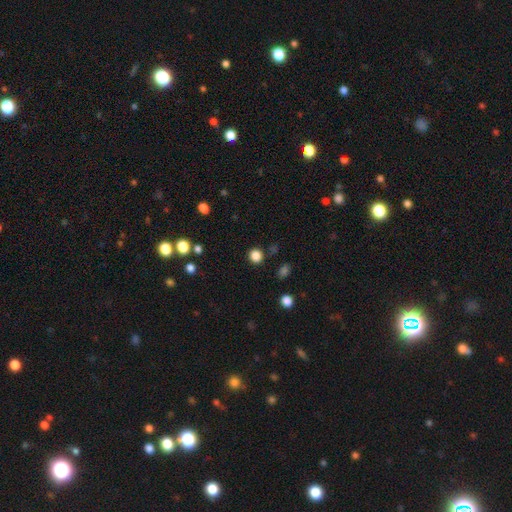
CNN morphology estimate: The model was most divided on "smooth or featured": smooth: 83%, star or artifact: 14%, featured or disk: 3%. More confident: how rounded — round (89%); merging — none (88%).